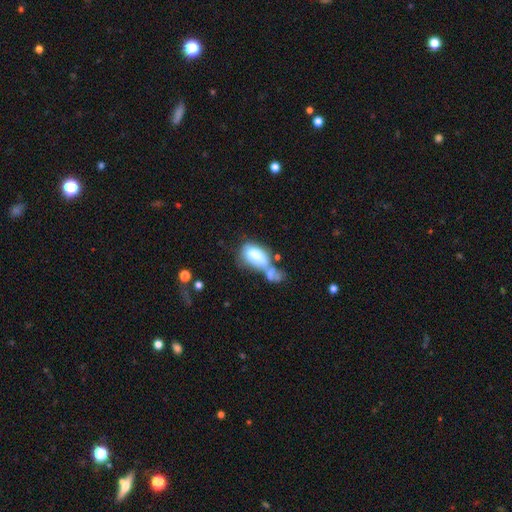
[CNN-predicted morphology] smooth 70%, featured or disk 21%, star or artifact 9%. Down the decision tree: how rounded — in between (88%); merging — merger (50%).